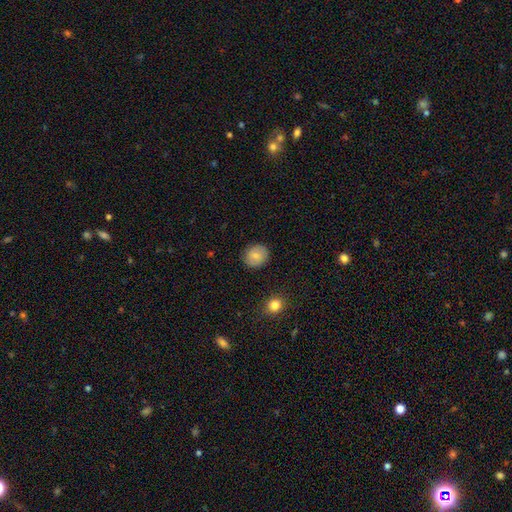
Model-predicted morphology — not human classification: Smooth or featured? Predicted: smooth (p=0.75). How rounded? Predicted: round (p=0.79). Merging? Predicted: none (p=0.86).